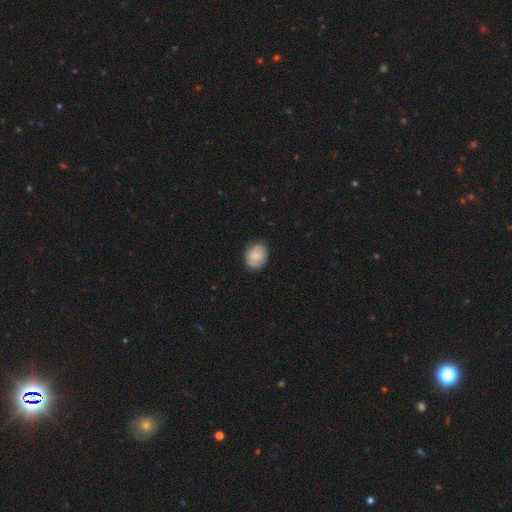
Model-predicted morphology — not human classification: Smooth or featured?
  - smooth: 76% *
  - featured or disk: 17%
  - star or artifact: 7%
How rounded?
  - round: 52% *
  - in between: 47%
  - cigar-shaped: 1%
Merging?
  - none: 78% *
  - minor disturbance: 18%
  - major disturbance: 4%
  - merger: 1%